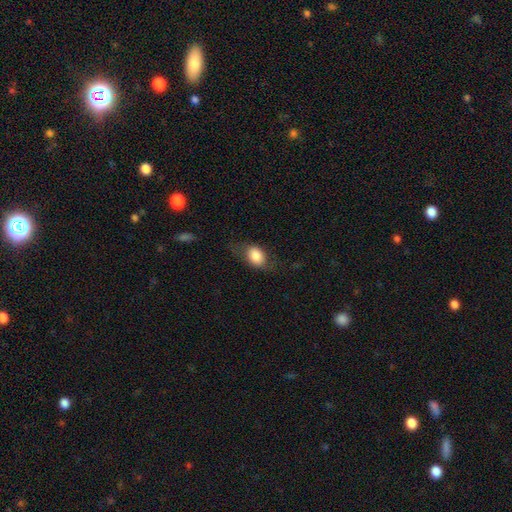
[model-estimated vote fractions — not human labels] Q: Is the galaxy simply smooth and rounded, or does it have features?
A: smooth — 77%.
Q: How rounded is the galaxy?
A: in between — 77%.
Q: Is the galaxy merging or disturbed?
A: none — 62%.